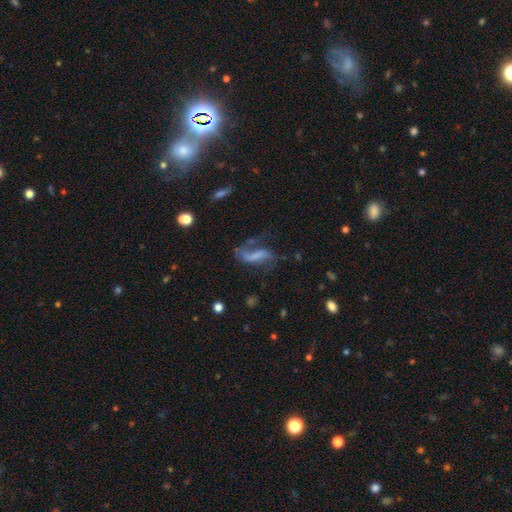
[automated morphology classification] smooth_or_featured: featured or disk (p=0.68) [alt: smooth p=0.22]
disk_edge_on: no (p=0.94) [alt: yes p=0.06]
bar: strong (p=0.37) [alt: weak p=0.35]
has_spiral_arms: yes (p=0.83) [alt: no p=0.17]
spiral_winding: loose (p=0.74) [alt: medium p=0.20]
spiral_arm_count: 2 (p=0.75) [alt: 1 p=0.17]
bulge_size: none (p=0.55) [alt: small p=0.26]
merging: none (p=0.40) [alt: major disturbance p=0.33]